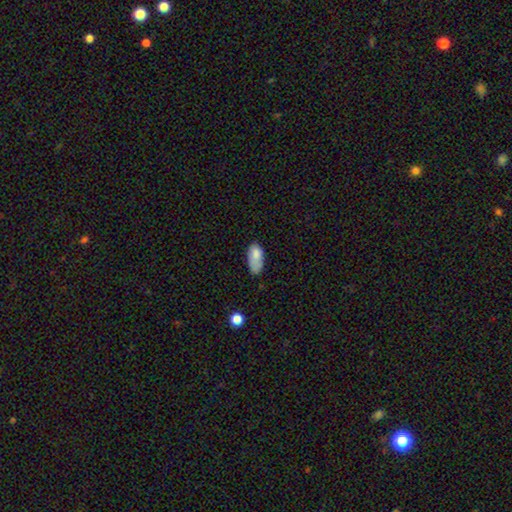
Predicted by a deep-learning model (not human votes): smooth 79%, featured or disk 13%, star or artifact 9%. Down the decision tree: how rounded — in between (91%); merging — none (40%).